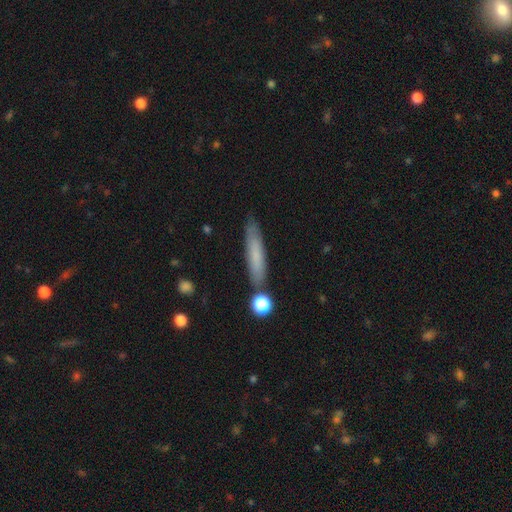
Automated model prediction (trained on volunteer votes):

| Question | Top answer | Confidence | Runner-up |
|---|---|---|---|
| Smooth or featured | smooth | 70% | featured or disk (22%) |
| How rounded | cigar-shaped | 86% | in between (12%) |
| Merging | none | 80% | minor disturbance (12%) |